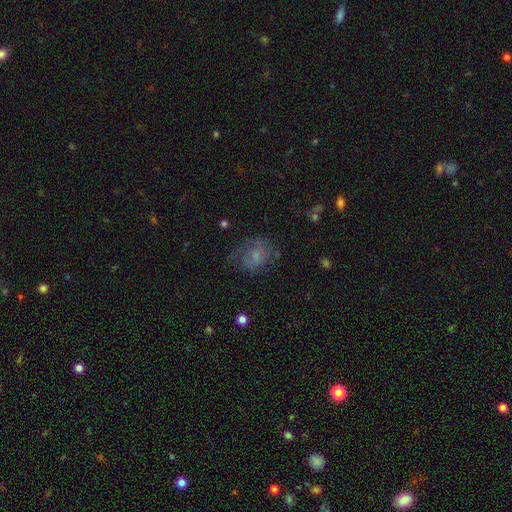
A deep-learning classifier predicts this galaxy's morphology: smooth_or_featured: smooth (p=0.57) [alt: featured or disk p=0.29]
how_rounded: in between (p=0.49) [tied with: round p=0.49]
merging: none (p=0.55) [alt: minor disturbance p=0.24]